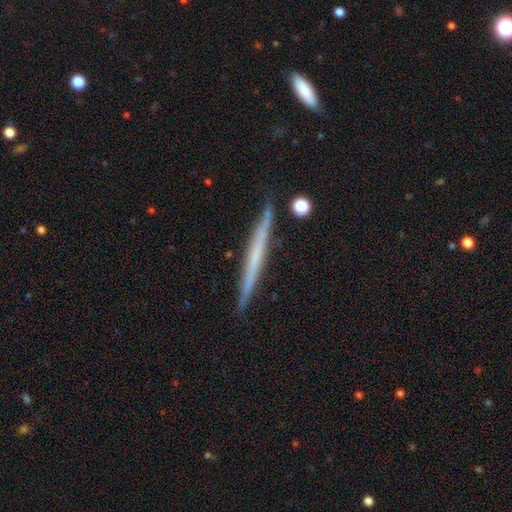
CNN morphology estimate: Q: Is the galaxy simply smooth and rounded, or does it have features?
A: featured or disk — 56%.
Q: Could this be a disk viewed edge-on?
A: yes — 97%.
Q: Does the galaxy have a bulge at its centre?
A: none — 86%.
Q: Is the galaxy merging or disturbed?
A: none — 89%.